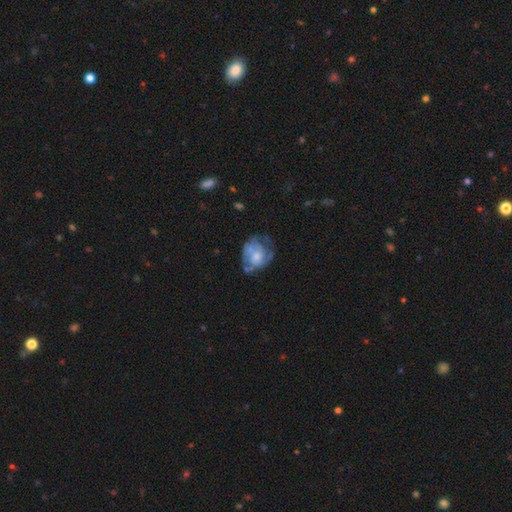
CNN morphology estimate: Smooth or featured: featured or disk — 59% (smooth — 34%)
Edge-on disk: no — 98% (yes — 2%)
Bar: no — 82% (weak — 15%)
Spiral arms: yes — 50% (tied with no — 50%)
Bulge size: moderate — 44% (small — 30%)
Merging: none — 43% (minor disturbance — 28%)